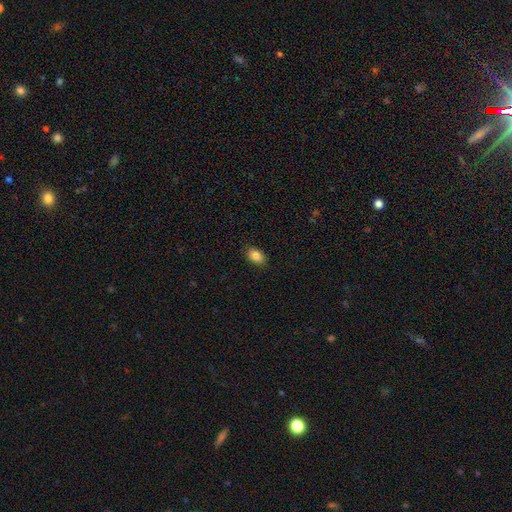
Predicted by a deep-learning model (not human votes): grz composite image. It shows a smooth galaxy with no disk features (86%) that is in between round and cigar-shaped (84%). Merging: none (87%).